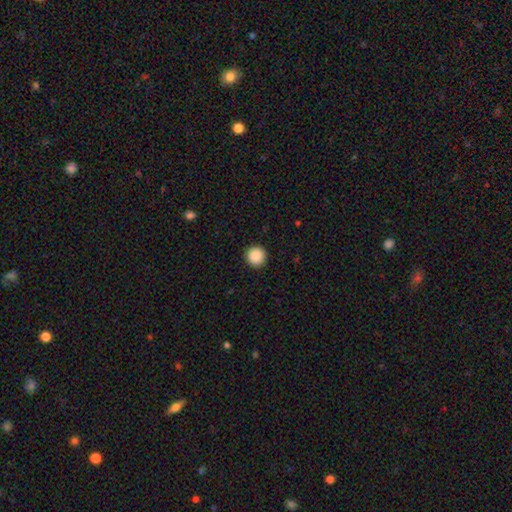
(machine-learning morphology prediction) Smooth or featured?
  - smooth: 89% *
  - star or artifact: 8%
  - featured or disk: 3%
How rounded?
  - round: 96% *
  - in between: 4%
  - cigar-shaped: 1%
Merging?
  - none: 93% *
  - minor disturbance: 4%
  - major disturbance: 2%
  - merger: 1%